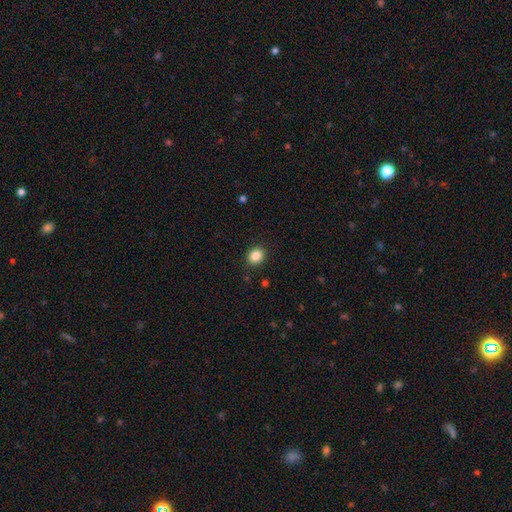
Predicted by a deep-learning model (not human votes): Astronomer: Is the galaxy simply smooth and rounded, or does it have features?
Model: smooth — 86%.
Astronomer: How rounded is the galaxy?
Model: round — 63%.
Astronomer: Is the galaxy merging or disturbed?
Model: none — 90%.